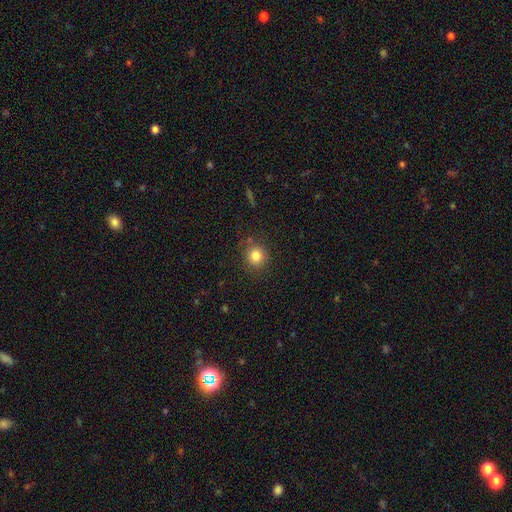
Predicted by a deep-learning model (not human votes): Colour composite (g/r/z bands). It shows a smooth galaxy with no disk features (82%) that is round (89%). Merging: none (84%).